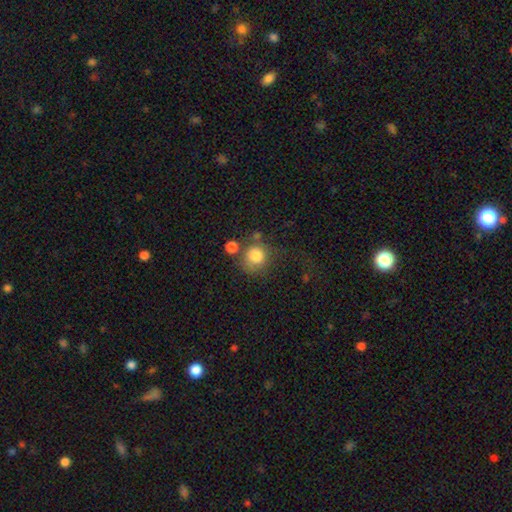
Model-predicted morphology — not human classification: Overall: smooth (81%). How rounded: round (87%). Merging: none (58%).